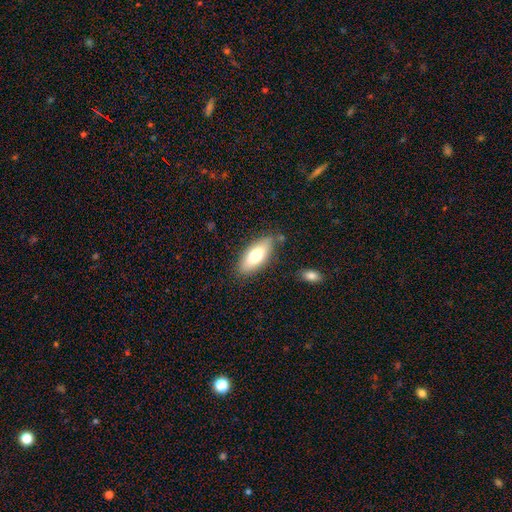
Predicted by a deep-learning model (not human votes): Smooth or featured? Predicted: smooth (p=0.74). How rounded? Predicted: in between (p=0.78). Merging? Predicted: none (p=0.79).